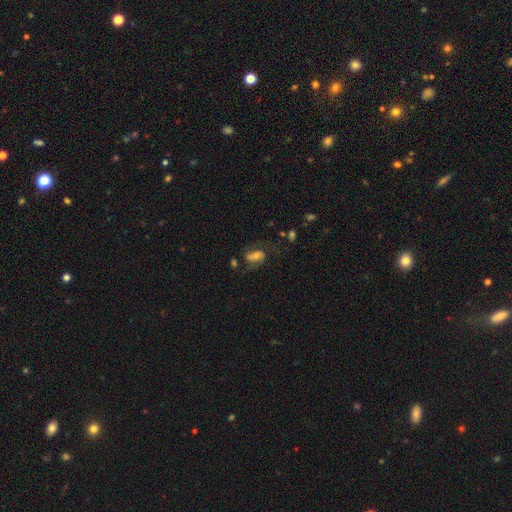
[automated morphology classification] Overall: featured or disk (63%; smooth 25%). Edge-on disk: no (96%). Bar: weak (39%; no 35%). Spiral arms: yes (87%). Spiral arm count: 2 (85%). Spiral winding: medium (45%; loose 40%). Bulge size: moderate (46%; small 38%). Merging: none (58%; major disturbance 19%).